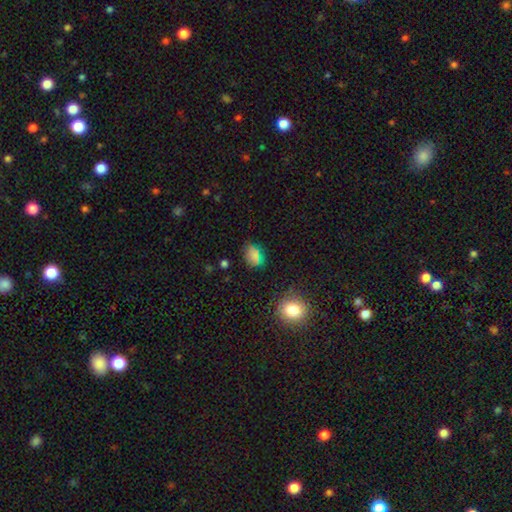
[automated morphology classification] This appears to be a smooth galaxy with no disk features (70%) that is in between round and cigar-shaped (63%). Merging: none (76%).